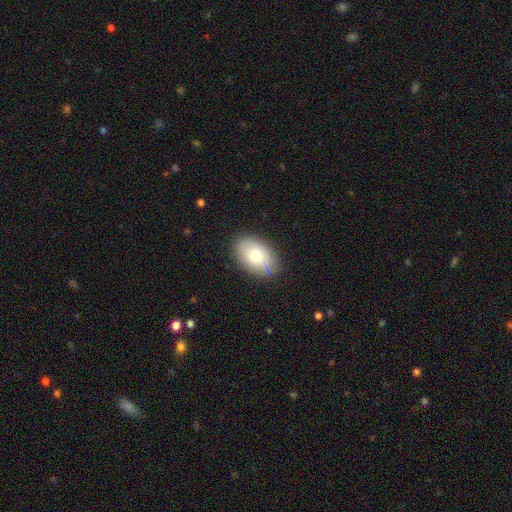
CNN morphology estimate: Overall: smooth (73%). How rounded: in between (88%). Merging: none (85%).